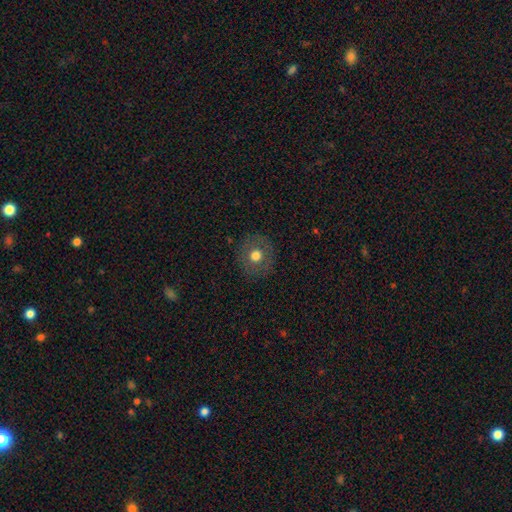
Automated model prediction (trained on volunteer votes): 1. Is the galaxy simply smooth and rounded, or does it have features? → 67% smooth, 23% featured or disk, 10% star or artifact.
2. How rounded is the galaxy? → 90% round, 9% in between, 1% cigar-shaped.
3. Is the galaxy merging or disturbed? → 88% none, 8% minor disturbance, 3% major disturbance, 1% merger.